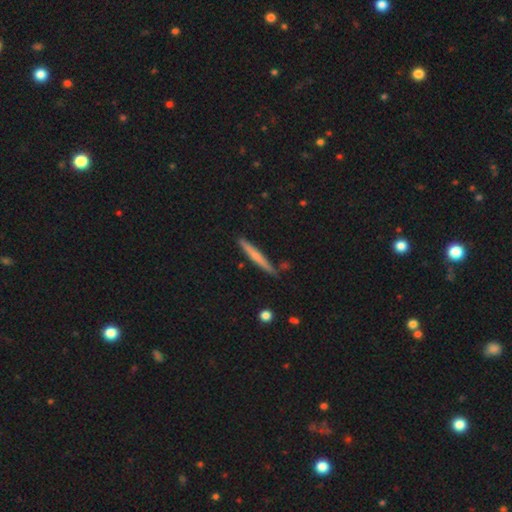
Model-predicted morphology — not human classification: Q: Smooth or featured?
A: smooth (57%); runner-up: featured or disk (37%)
Q: How rounded?
A: cigar-shaped (96%); runner-up: in between (3%)
Q: Merging?
A: none (85%); runner-up: minor disturbance (10%)